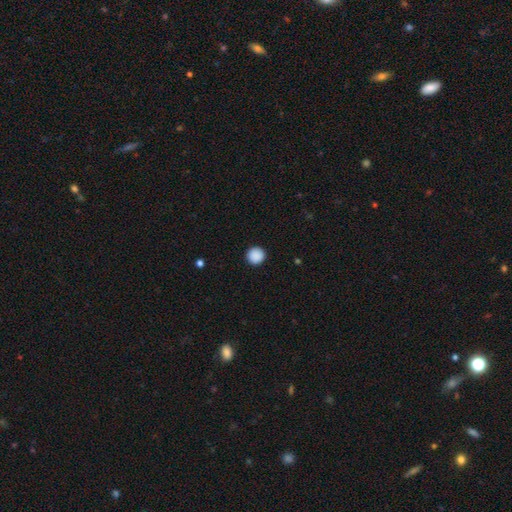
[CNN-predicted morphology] Smooth or featured? Predicted: smooth (p=0.90). How rounded? Predicted: round (p=0.96). Merging? Predicted: none (p=0.93).